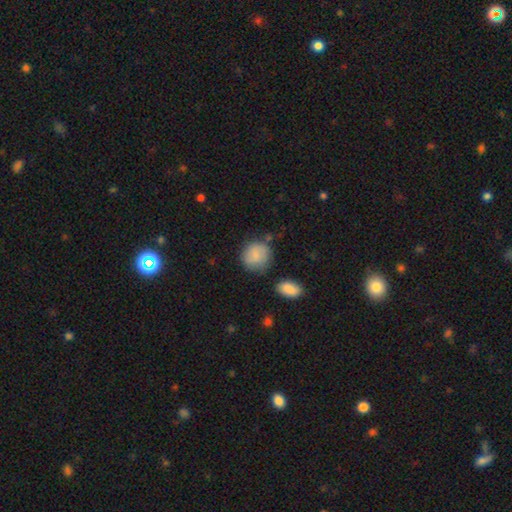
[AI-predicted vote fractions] Smooth or featured? Predicted: smooth (p=0.83). How rounded? Predicted: round (p=0.83). Merging? Predicted: none (p=0.70).